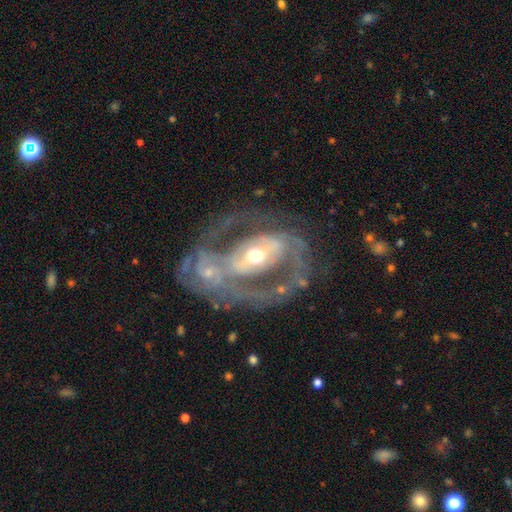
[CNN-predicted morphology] This appears to be a featured or disk galaxy (84%) with a strong bar (43%), 2 (60%) medium (44%) spiral arms (77%) and a moderate central bulge (71%). Merging: merger (47%).